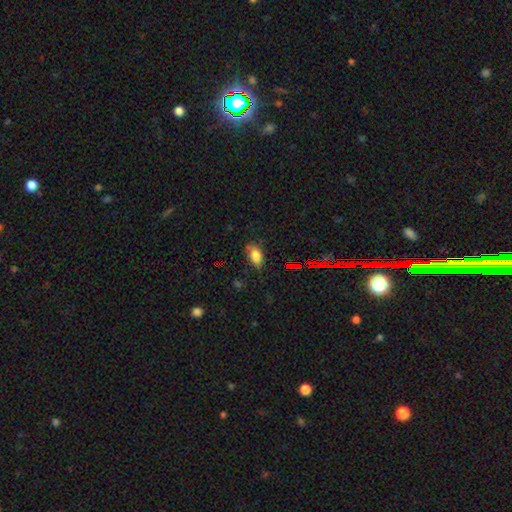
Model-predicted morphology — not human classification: Smooth or featured? Predicted: smooth (p=0.77). How rounded? Predicted: in between (p=0.88). Merging? Predicted: none (p=0.66).